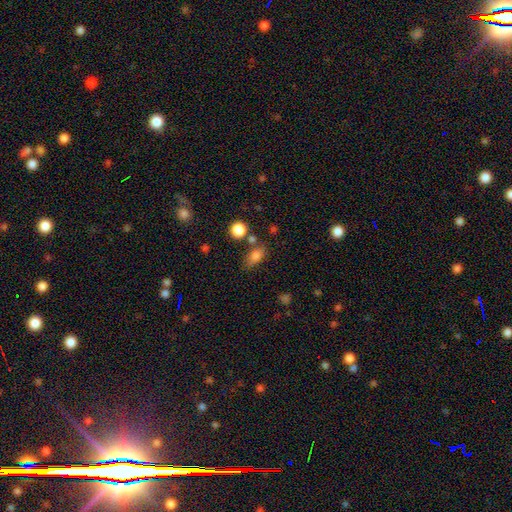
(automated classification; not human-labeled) The model was most divided on "merging": none: 69%, minor disturbance: 16%, merger: 10%, major disturbance: 5%. More confident: smooth or featured — smooth (79%); how rounded — in between (77%).